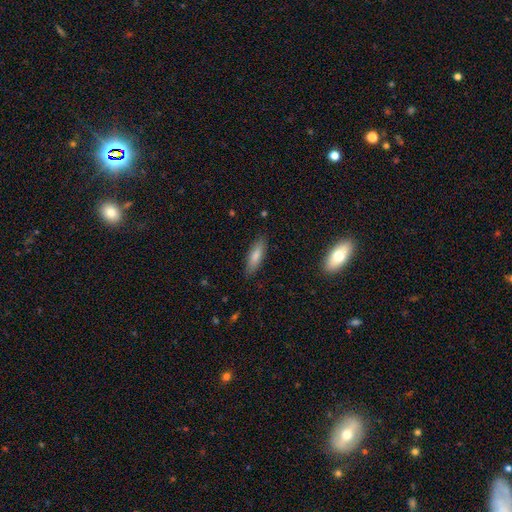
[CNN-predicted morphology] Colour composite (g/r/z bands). It shows a smooth galaxy with no disk features (80%) that is cigar-shaped (54%). Merging: none (87%).